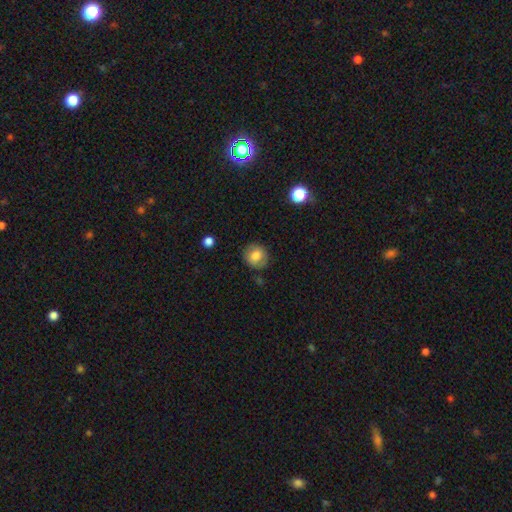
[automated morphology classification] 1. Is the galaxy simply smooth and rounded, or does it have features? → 79% smooth, 12% featured or disk, 9% star or artifact.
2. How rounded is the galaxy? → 85% round, 14% in between, 1% cigar-shaped.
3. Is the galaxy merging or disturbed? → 82% none, 13% minor disturbance, 3% major disturbance, 2% merger.